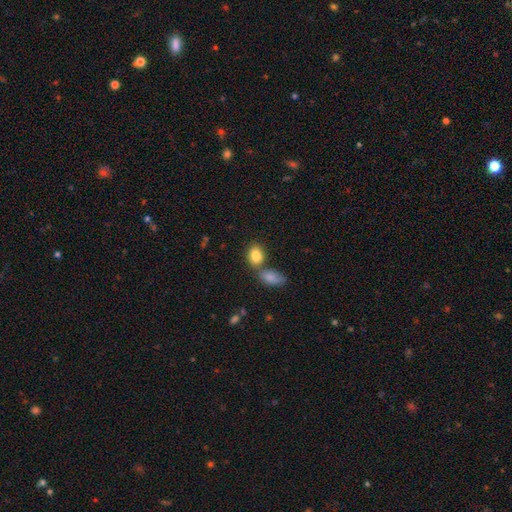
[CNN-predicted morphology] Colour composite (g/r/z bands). It shows a smooth galaxy with no disk features (83%) that is in between round and cigar-shaped (71%). Merging: none (54%).